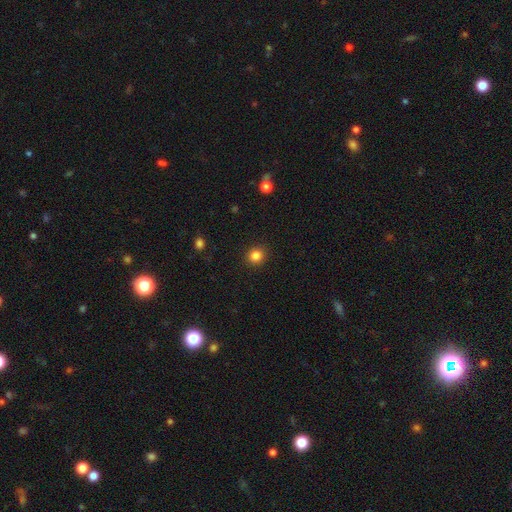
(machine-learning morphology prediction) smooth-or-featured: smooth: 84% | star or artifact: 12% | featured or disk: 4%
  how-rounded: round: 84% | in between: 15% | cigar-shaped: 1%
  merging: none: 91% | minor disturbance: 6% | major disturbance: 2% | merger: 1%